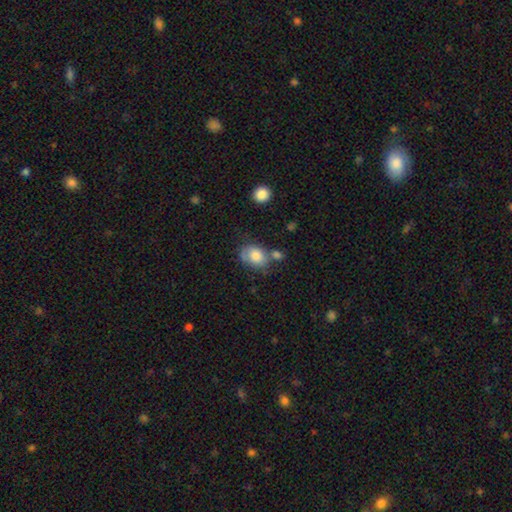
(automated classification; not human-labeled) This is likely a smooth galaxy (74%). How rounded: likely in between (67%). Merging: possibly none (45%).